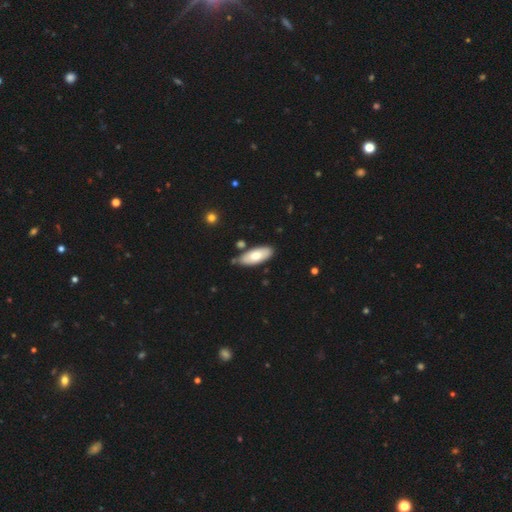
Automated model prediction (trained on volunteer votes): Smooth or featured? smooth (72%)
How rounded? in between (82%)
Merging? none (79%)